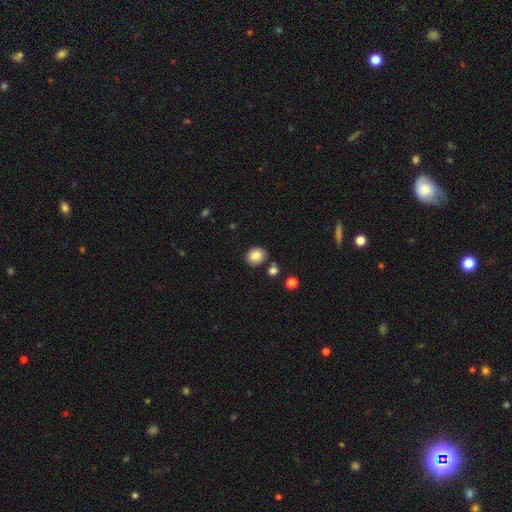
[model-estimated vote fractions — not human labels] A smooth galaxy with no disk features (84%) that is round (70%). Merging: none (81%).